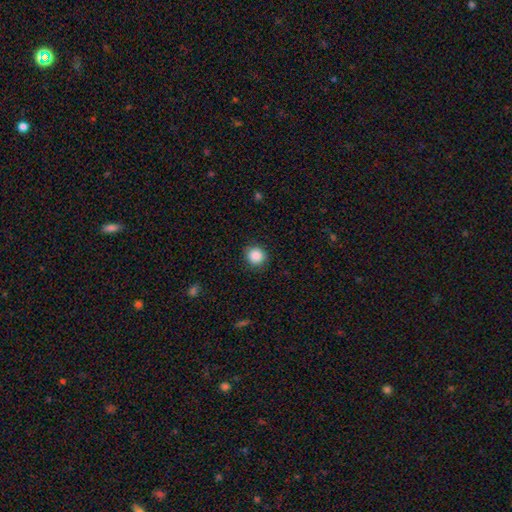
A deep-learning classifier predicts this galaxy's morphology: Smooth or featured? smooth (88%)
How rounded? round (89%)
Merging? none (88%)